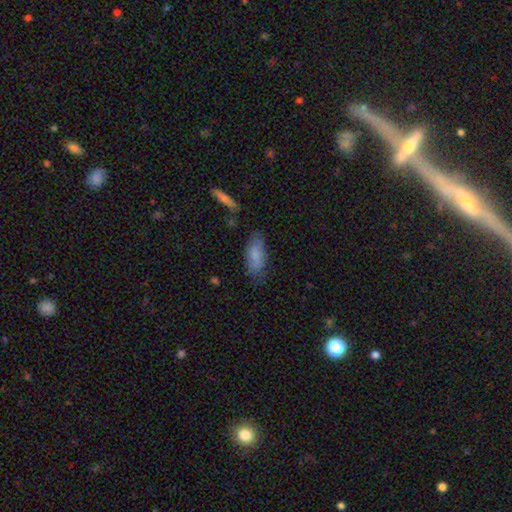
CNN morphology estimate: This appears to be a smooth galaxy with no disk features (81%) that is in between round and cigar-shaped (76%). Merging: none (71%).